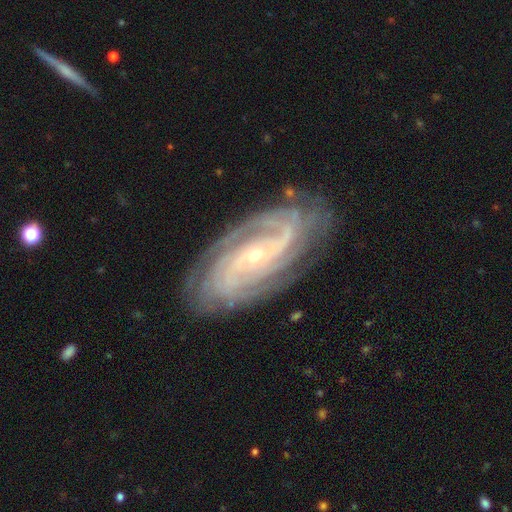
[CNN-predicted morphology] This is clearly a featured or disk galaxy (91%). It is clearly not viewed edge-on (95%). Bar: possibly no (54%). Spiral arm pattern: clearly yes (98%). Spiral arm count: marginally 2 (30%). Spiral winding: likely tight (66%). Central bulge: likely small (77%). Merging: clearly none (81%).